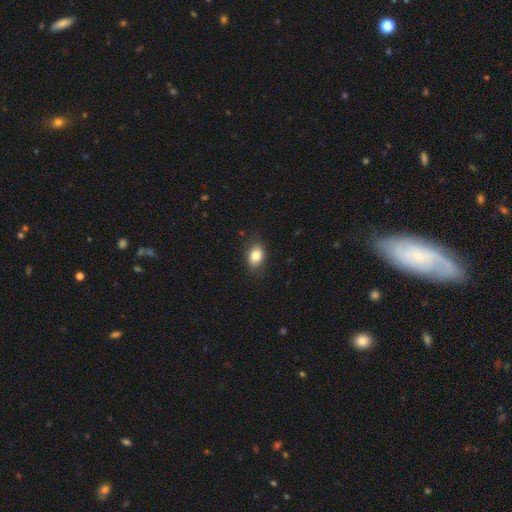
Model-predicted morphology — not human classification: Overall: smooth (83%). How rounded: in between (75%). Merging: none (81%).